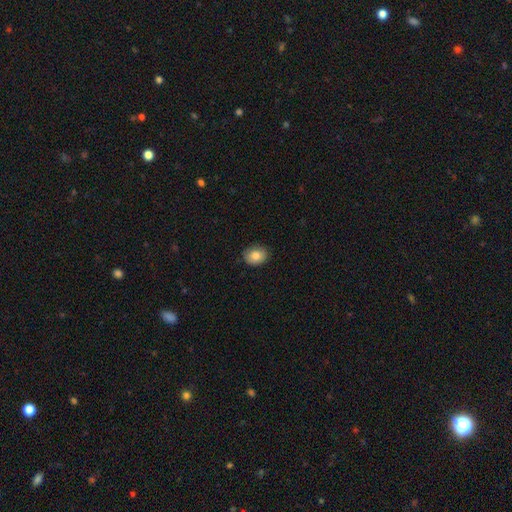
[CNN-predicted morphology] smooth 81%, featured or disk 10%, star or artifact 9%. Down the decision tree: how rounded — round (53%); merging — none (85%).